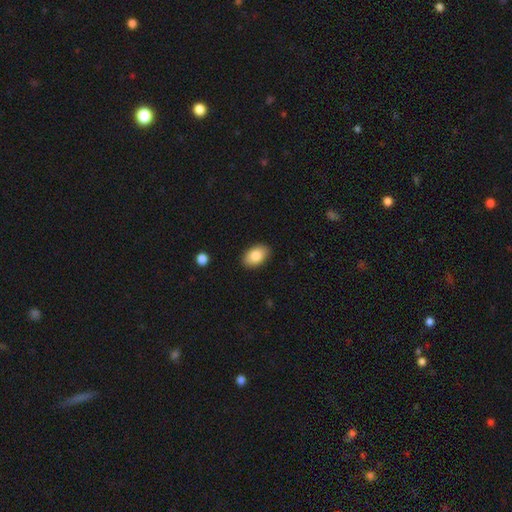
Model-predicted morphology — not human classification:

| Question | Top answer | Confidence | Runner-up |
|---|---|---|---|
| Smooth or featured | smooth | 85% | featured or disk (8%) |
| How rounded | in between | 91% | round (8%) |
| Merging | none | 88% | minor disturbance (9%) |